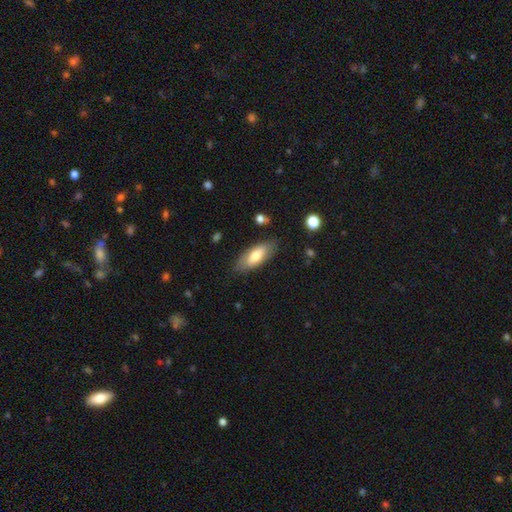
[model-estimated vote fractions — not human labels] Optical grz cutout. It shows a smooth galaxy with no disk features (69%) that is in between round and cigar-shaped (76%). Merging: none (82%).